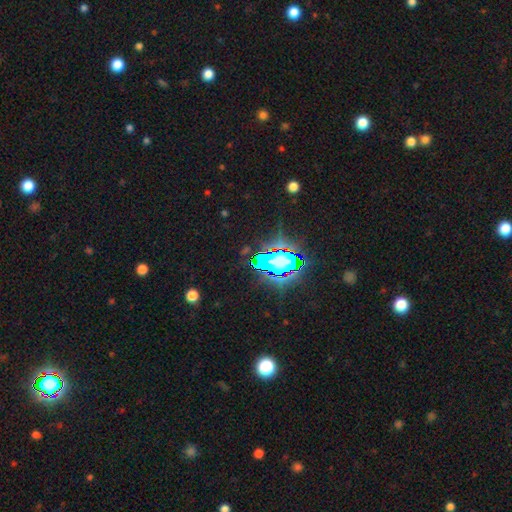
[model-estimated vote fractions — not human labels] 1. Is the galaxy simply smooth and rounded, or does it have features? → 82% star or artifact, 10% smooth, 8% featured or disk.